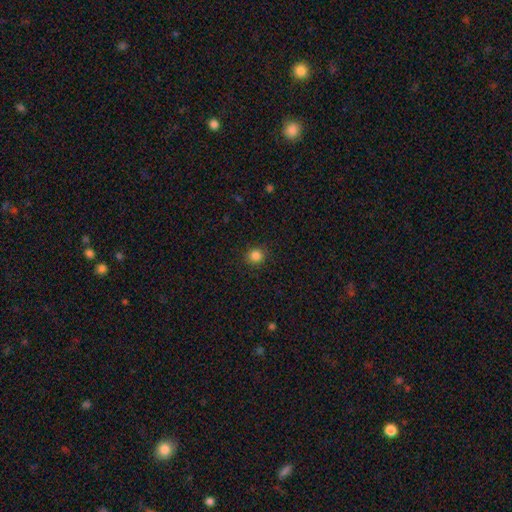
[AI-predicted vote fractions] Smooth or featured?
  - smooth: 85% *
  - star or artifact: 12%
  - featured or disk: 4%
How rounded?
  - round: 88% *
  - in between: 11%
  - cigar-shaped: 1%
Merging?
  - none: 90% *
  - minor disturbance: 7%
  - major disturbance: 2%
  - merger: 1%